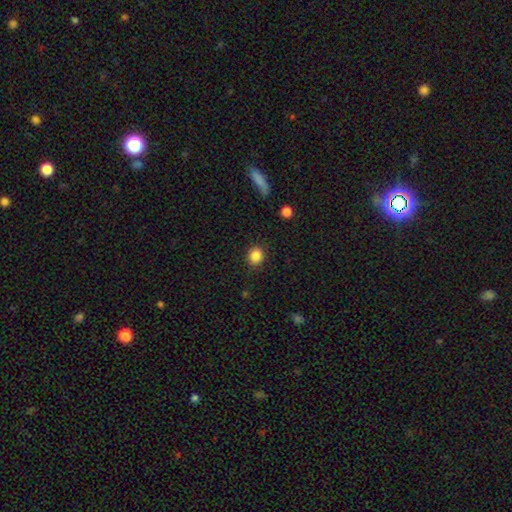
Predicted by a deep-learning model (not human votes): A smooth galaxy with no disk features (86%) that is round (85%).

Vote fractions:
- Smooth or featured? smooth: 86% / star or artifact: 10% / featured or disk: 4%
- How rounded? round: 85% / in between: 14% / cigar-shaped: 1%
- Merging? none: 89% / minor disturbance: 7% / major disturbance: 3% / merger: 1%